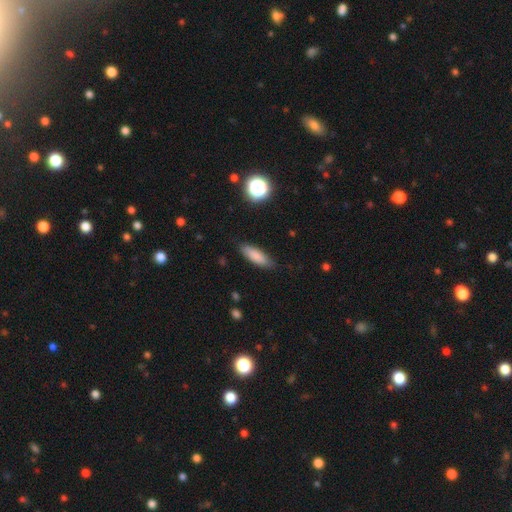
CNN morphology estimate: A smooth galaxy with no disk features (83%) that is in between round and cigar-shaped (54%).

Vote fractions:
- Smooth or featured? smooth: 83% / featured or disk: 9% / star or artifact: 8%
- How rounded? in between: 54% / cigar-shaped: 44% / round: 2%
- Merging? none: 84% / minor disturbance: 12% / major disturbance: 3% / merger: 1%